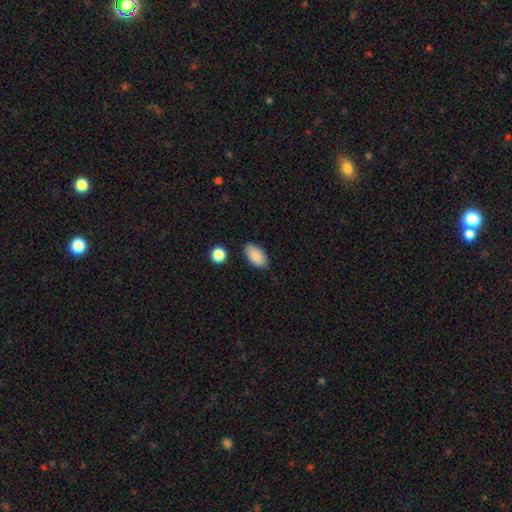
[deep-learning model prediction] A smooth galaxy with no disk features (89%) that is in between round and cigar-shaped (94%). Merging: none (85%).